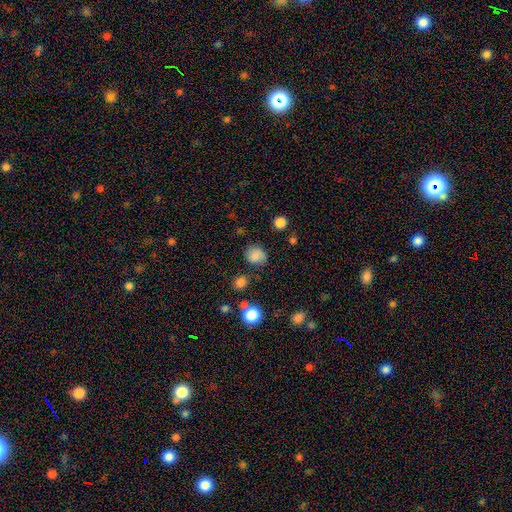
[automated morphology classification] type=smooth (82%); roundness=round (77%); merging=none (76%).